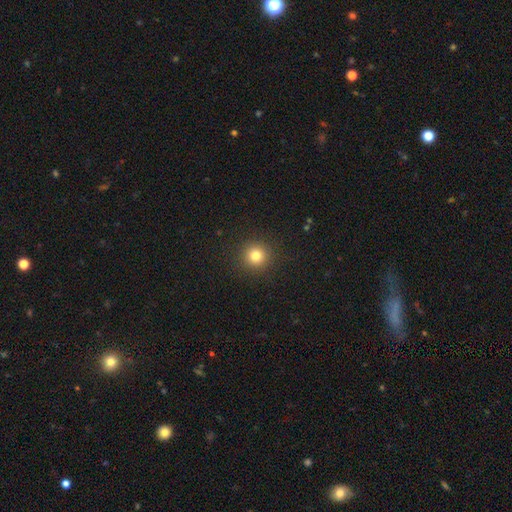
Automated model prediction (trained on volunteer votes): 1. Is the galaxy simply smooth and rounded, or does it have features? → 81% smooth, 13% star or artifact, 6% featured or disk.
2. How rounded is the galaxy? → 94% round, 6% in between, 1% cigar-shaped.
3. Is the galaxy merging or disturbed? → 91% none, 5% minor disturbance, 2% major disturbance, 1% merger.